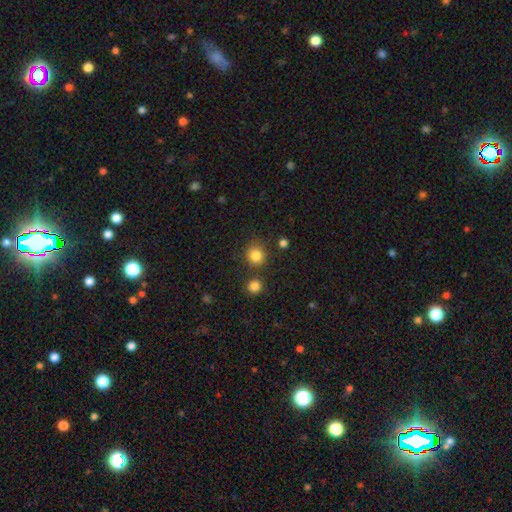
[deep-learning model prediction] Q: Smooth or featured?
A: smooth (83%); runner-up: star or artifact (12%)
Q: How rounded?
A: round (88%); runner-up: in between (11%)
Q: Merging?
A: none (80%); runner-up: minor disturbance (9%)